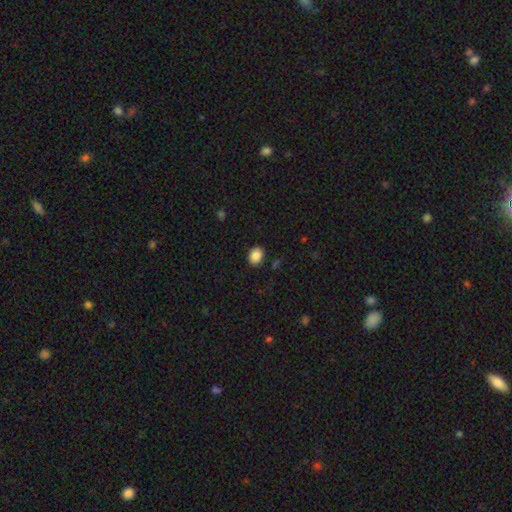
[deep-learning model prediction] smooth 87%, star or artifact 9%, featured or disk 4%. Down the decision tree: how rounded — in between (51%); merging — none (89%).